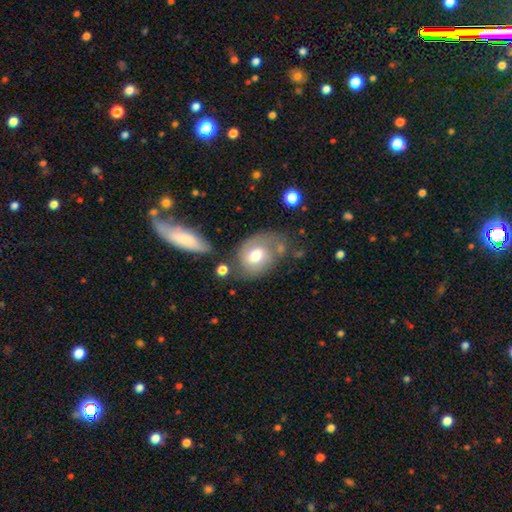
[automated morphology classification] Smooth or featured: smooth — 55% (featured or disk — 38%)
How rounded: in between — 63% (round — 36%)
Merging: none — 48% (minor disturbance — 23%)